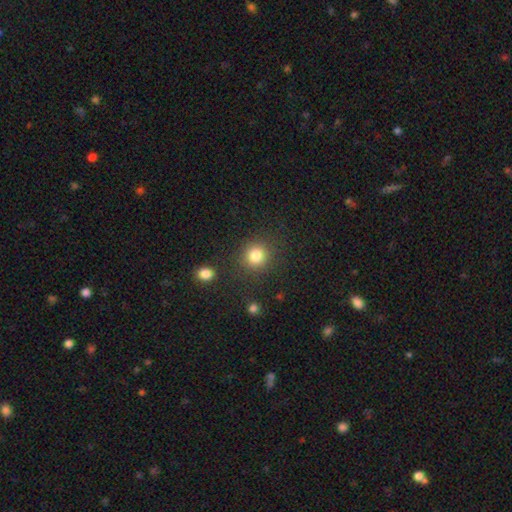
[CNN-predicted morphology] Q: Smooth or featured?
A: smooth (84%); runner-up: star or artifact (11%)
Q: How rounded?
A: round (90%); runner-up: in between (9%)
Q: Merging?
A: none (85%); runner-up: minor disturbance (8%)